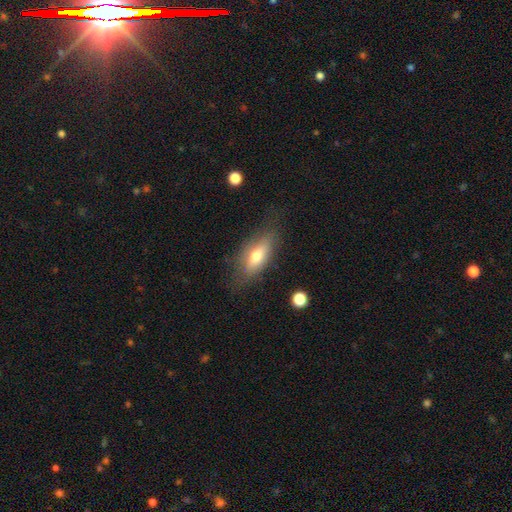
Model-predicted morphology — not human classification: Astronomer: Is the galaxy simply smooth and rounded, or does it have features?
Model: smooth — 64%.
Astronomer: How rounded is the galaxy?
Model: in between — 75%.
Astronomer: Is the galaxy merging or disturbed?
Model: none — 69%.